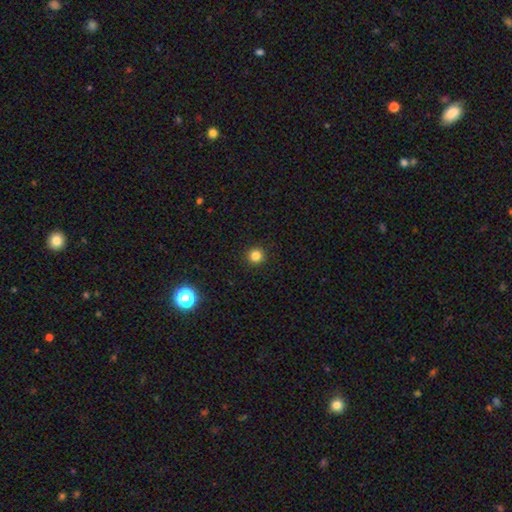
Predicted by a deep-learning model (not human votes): Smooth or featured: smooth — 82% (star or artifact — 14%)
How rounded: round — 95% (in between — 4%)
Merging: none — 92% (minor disturbance — 5%)